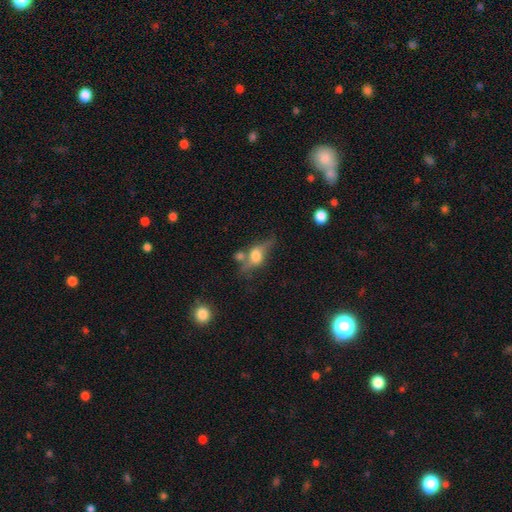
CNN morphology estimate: A featured or disk galaxy (50%) viewed edge-on (72%).

Vote fractions:
- Smooth or featured? featured or disk: 50% / smooth: 40% / star or artifact: 10%
- Edge-on disk? yes: 72% / no: 28%
- Merging? none: 51% / minor disturbance: 20% / merger: 17% / major disturbance: 12%